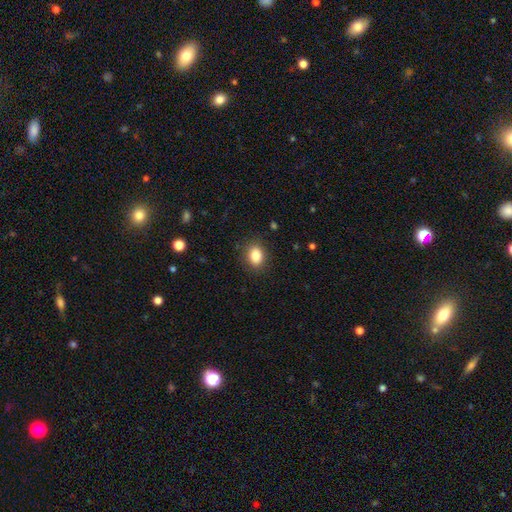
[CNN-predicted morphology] smooth_or_featured: smooth (p=0.85) [alt: star or artifact p=0.09]
how_rounded: in between (p=0.62) [alt: round p=0.37]
merging: none (p=0.87) [alt: minor disturbance p=0.09]